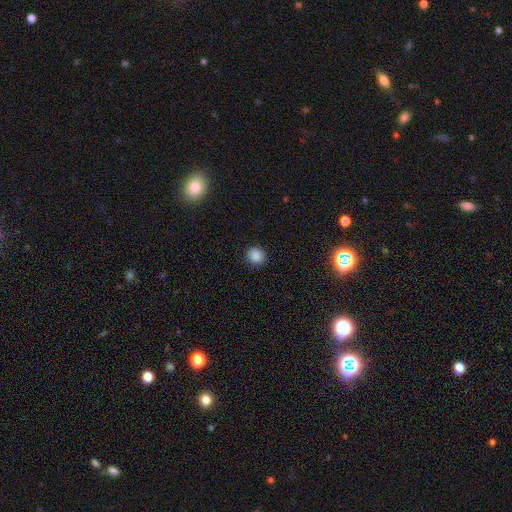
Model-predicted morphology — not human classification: smooth_or_featured: smooth (p=0.86) [alt: star or artifact p=0.10]
how_rounded: round (p=0.85) [alt: in between p=0.14]
merging: none (p=0.90) [alt: minor disturbance p=0.07]